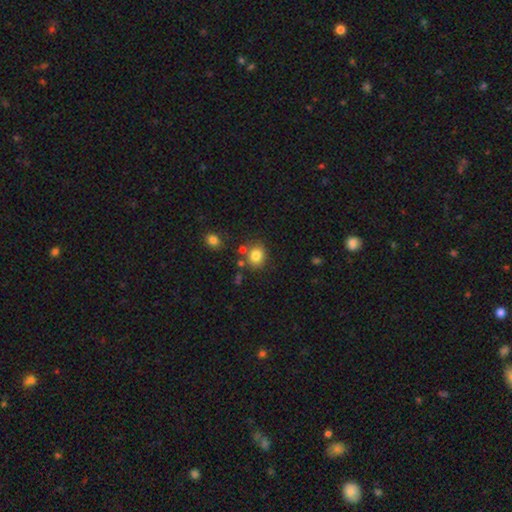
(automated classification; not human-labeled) Smooth or featured? smooth (82%)
How rounded? round (69%)
Merging? none (74%)